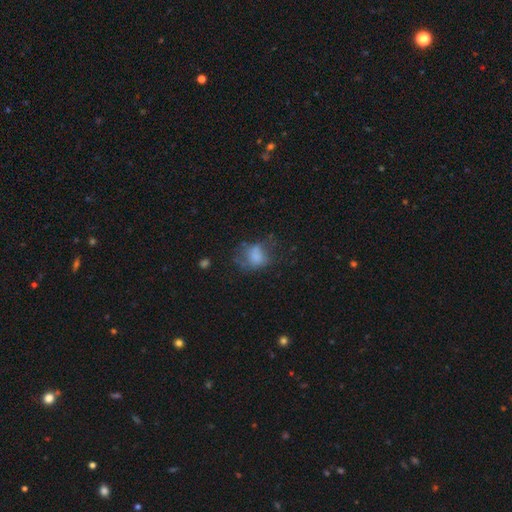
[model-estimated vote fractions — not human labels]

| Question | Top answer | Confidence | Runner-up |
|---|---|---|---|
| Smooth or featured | smooth | 63% | featured or disk (24%) |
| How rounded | in between | 54% | round (44%) |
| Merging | none | 35% | major disturbance (34%) |